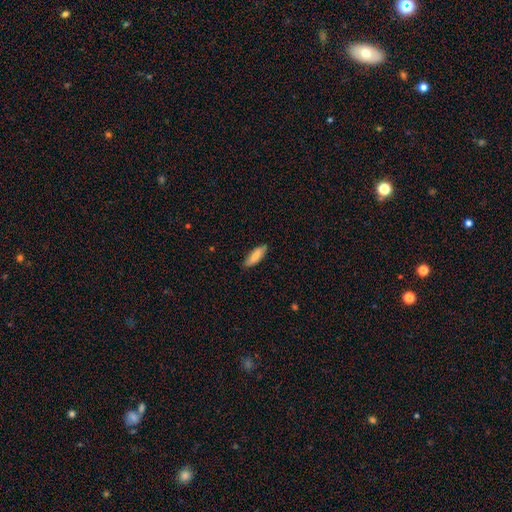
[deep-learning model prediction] Q: Smooth or featured?
A: smooth (83%); runner-up: featured or disk (11%)
Q: How rounded?
A: in between (56%); runner-up: cigar-shaped (42%)
Q: Merging?
A: none (84%); runner-up: minor disturbance (13%)